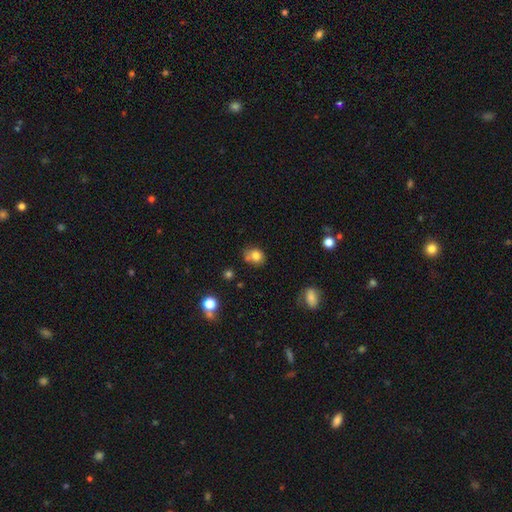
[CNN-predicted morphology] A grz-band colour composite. It shows a smooth galaxy with no disk features (78%) that is round (67%). Merging: none (57%).